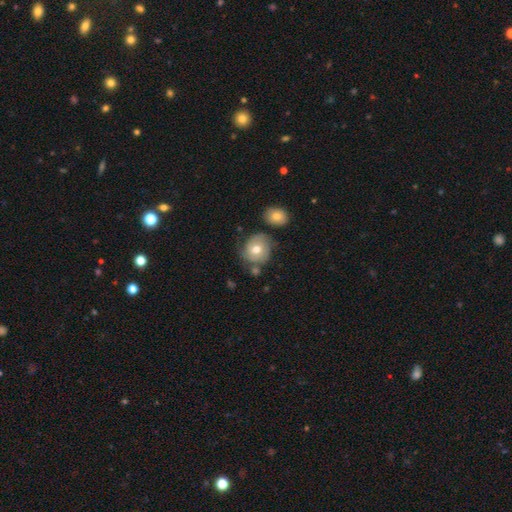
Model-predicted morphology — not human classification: smooth_or_featured: smooth (p=0.50) [alt: featured or disk p=0.41]
how_rounded: round (p=0.85) [alt: in between p=0.14]
merging: none (p=0.62) [alt: minor disturbance p=0.21]